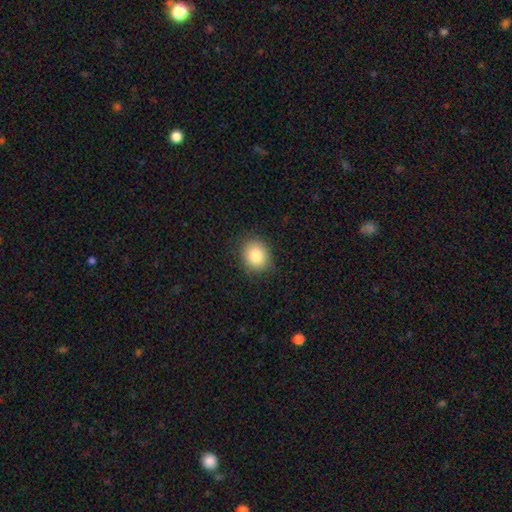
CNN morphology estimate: A smooth galaxy with no disk features (84%) that is round (67%).

Vote fractions:
- Smooth or featured? smooth: 84% / star or artifact: 9% / featured or disk: 7%
- How rounded? round: 67% / in between: 32% / cigar-shaped: 1%
- Merging? none: 86% / minor disturbance: 11% / major disturbance: 3% / merger: 1%